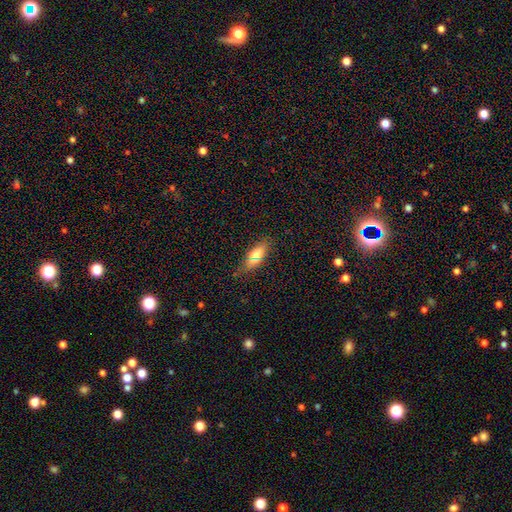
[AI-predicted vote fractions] Smooth or featured? smooth (69%)
How rounded? in between (65%)
Merging? none (80%)